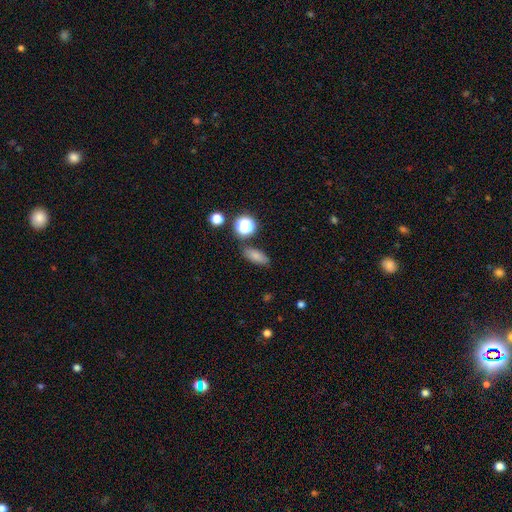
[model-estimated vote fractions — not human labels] Smooth or featured?
  - smooth: 78% *
  - star or artifact: 13%
  - featured or disk: 9%
How rounded?
  - in between: 71% *
  - cigar-shaped: 18%
  - round: 10%
Merging?
  - none: 79% *
  - minor disturbance: 13%
  - merger: 5%
  - major disturbance: 4%